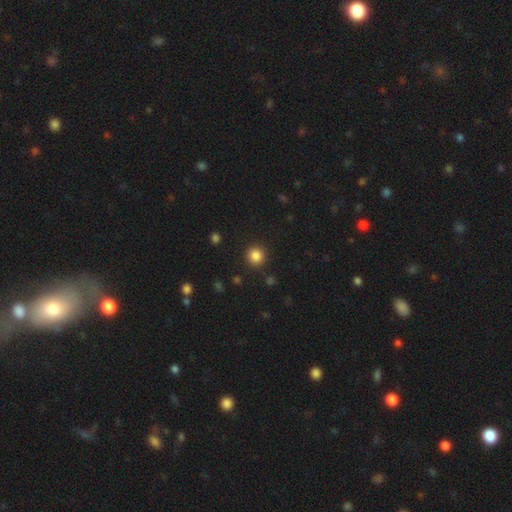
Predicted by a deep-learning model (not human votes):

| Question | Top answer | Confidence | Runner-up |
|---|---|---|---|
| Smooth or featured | smooth | 84% | star or artifact (12%) |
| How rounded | round | 93% | in between (6%) |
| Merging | none | 91% | minor disturbance (6%) |